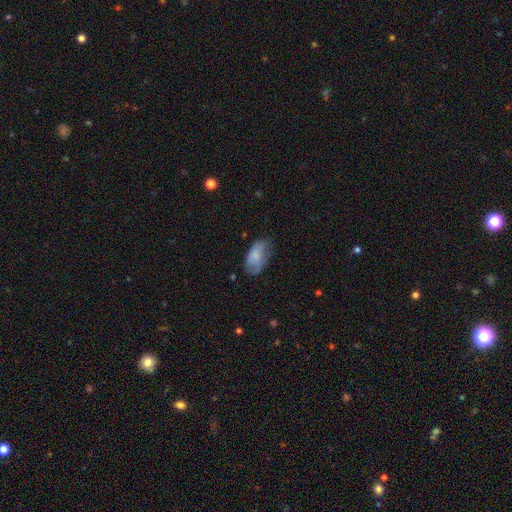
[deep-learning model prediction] A smooth galaxy with no disk features (70%) that is in between round and cigar-shaped (93%).

Vote fractions:
- Smooth or featured? smooth: 70% / featured or disk: 22% / star or artifact: 8%
- How rounded? in between: 93% / round: 4% / cigar-shaped: 3%
- Merging? none: 52% / minor disturbance: 32% / major disturbance: 14% / merger: 2%